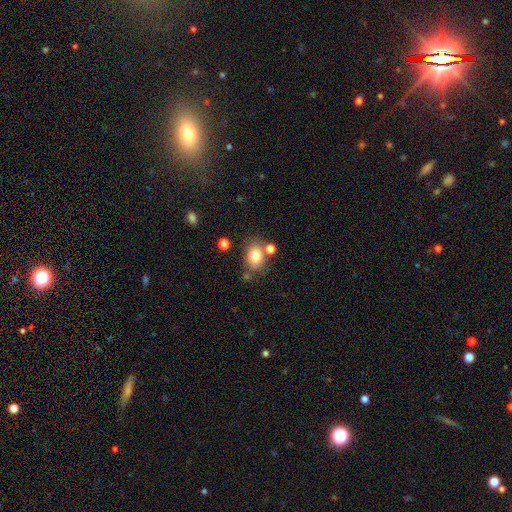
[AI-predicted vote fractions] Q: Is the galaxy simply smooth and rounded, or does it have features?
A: smooth — 78%.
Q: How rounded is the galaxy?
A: in between — 63%.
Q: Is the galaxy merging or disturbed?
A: none — 67%.